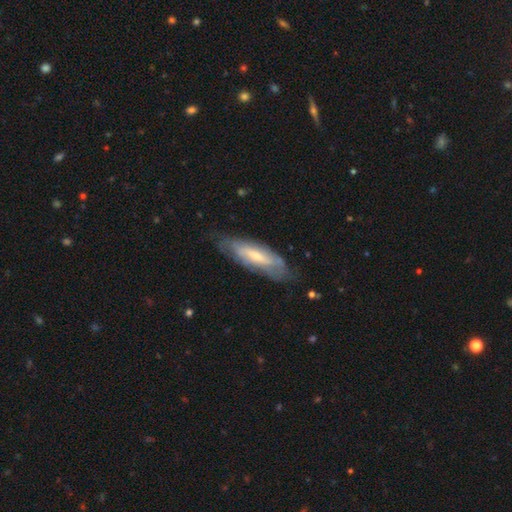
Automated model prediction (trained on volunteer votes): A featured or disk galaxy (55%).

Vote fractions:
- Smooth or featured? featured or disk: 55% / smooth: 38% / star or artifact: 6%
- Edge-on disk? no: 64% / yes: 36%
- Merging? none: 71% / minor disturbance: 21% / major disturbance: 6% / merger: 1%